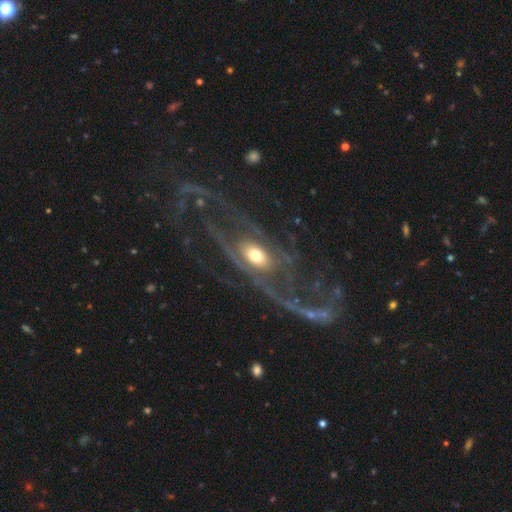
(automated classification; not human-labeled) Smooth or featured?
  - featured or disk: 81% *
  - smooth: 12%
  - star or artifact: 7%
Edge-on disk?
  - no: 93% *
  - yes: 7%
Bar?
  - no: 72% *
  - weak: 18%
  - strong: 10%
Spiral arms?
  - yes: 82% *
  - no: 18%
Spiral winding?
  - medium: 37% *
  - loose: 32%
  - tight: 31%
Spiral arm count?
  - 2: 35% *
  - can't tell: 24%
  - 3: 15%
  - 1: 11%
  - 4: 8%
  - more than 4: 7%
Bulge size?
  - moderate: 61% *
  - small: 19%
  - large: 16%
  - dominant: 2%
  - none: 2%
Merging?
  - none: 50% *
  - major disturbance: 32%
  - minor disturbance: 16%
  - merger: 3%